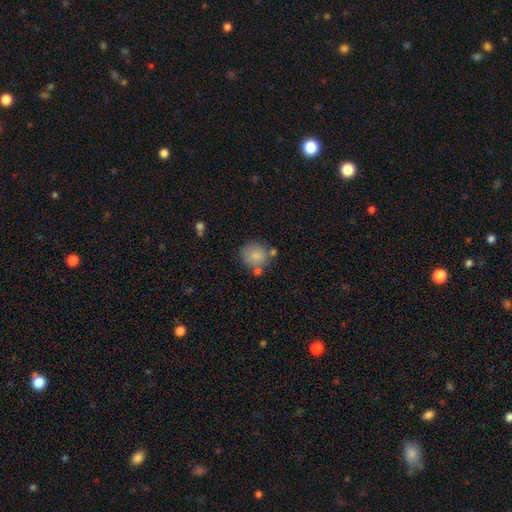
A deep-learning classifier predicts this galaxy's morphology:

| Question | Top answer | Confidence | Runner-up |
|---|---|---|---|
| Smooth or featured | smooth | 82% | star or artifact (9%) |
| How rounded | round | 86% | in between (13%) |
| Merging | none | 68% | minor disturbance (15%) |